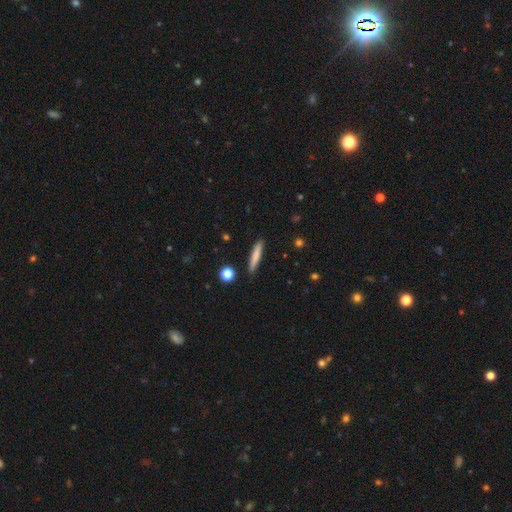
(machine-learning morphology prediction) Smooth or featured? Predicted: smooth (p=0.77). How rounded? Predicted: cigar-shaped (p=0.92). Merging? Predicted: none (p=0.89).